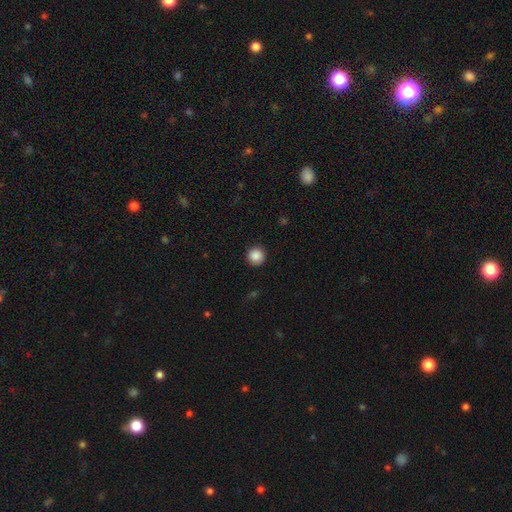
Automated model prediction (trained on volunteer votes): A smooth galaxy with no disk features (88%) that is round (96%). Merging: none (92%).